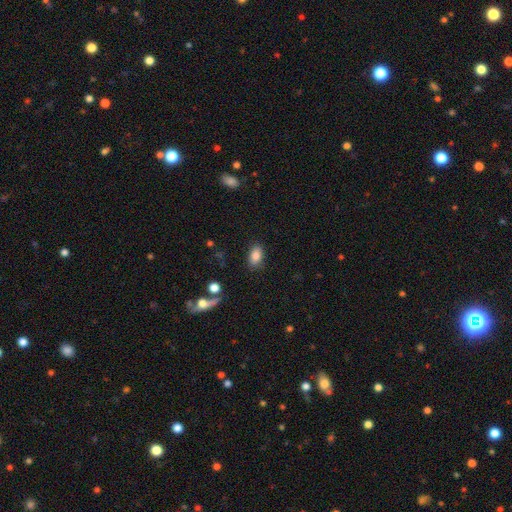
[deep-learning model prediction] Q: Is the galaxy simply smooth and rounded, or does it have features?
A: smooth — 84%.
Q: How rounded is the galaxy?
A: in between — 89%.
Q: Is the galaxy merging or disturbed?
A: none — 84%.